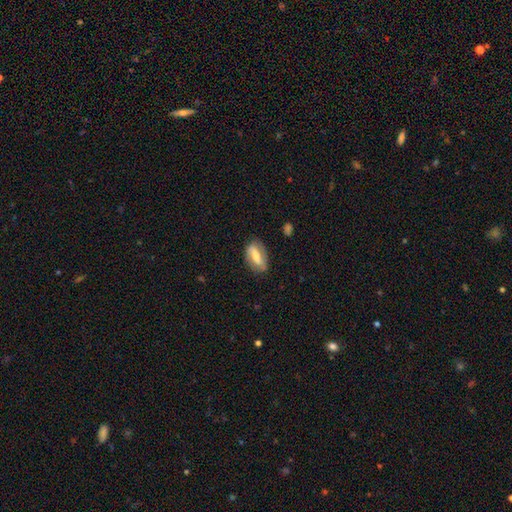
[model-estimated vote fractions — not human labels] Smooth or featured? featured or disk (47%)
Merging? none (77%)